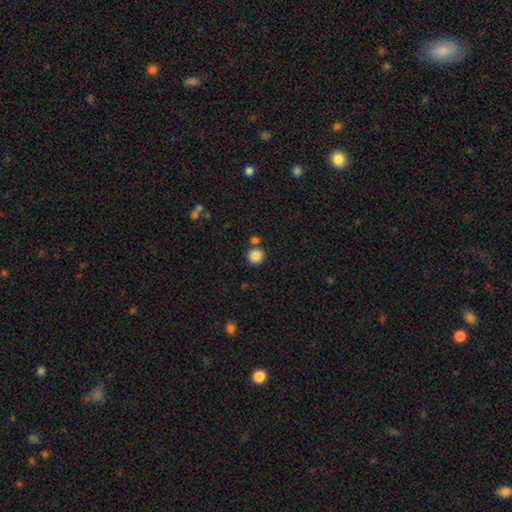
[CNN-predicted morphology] smooth 86%, star or artifact 10%, featured or disk 5%. Down the decision tree: how rounded — round (93%); merging — none (76%).